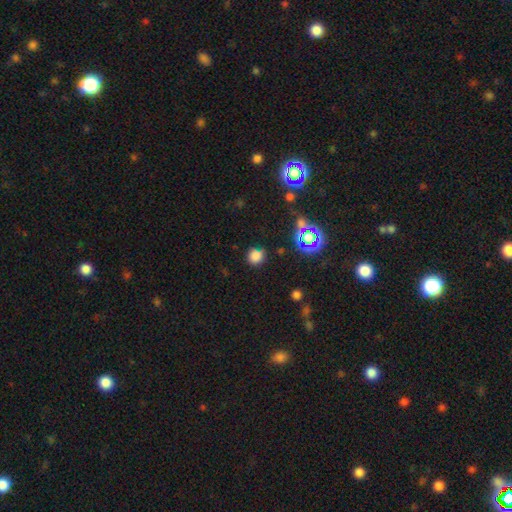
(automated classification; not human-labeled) Smooth or featured? Predicted: smooth (p=0.74). How rounded? Predicted: round (p=0.86). Merging? Predicted: none (p=0.73).